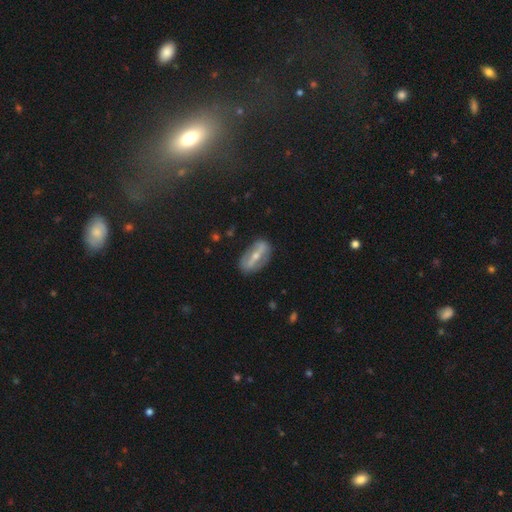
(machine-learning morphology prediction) The model was most divided on "bulge size": small: 49%, moderate: 46%, large: 2%, none: 2%, dominant: 1%. More confident: merging — none (81%); edge-on disk — no (75%); bar — strong (74%); smooth or featured — featured or disk (71%); spiral arms — no (61%).